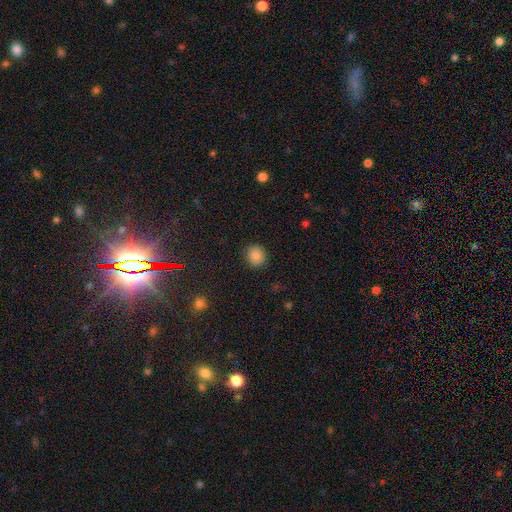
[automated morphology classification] The model was most divided on "how rounded": round: 84%, in between: 15%, cigar-shaped: 1%. More confident: merging — none (89%); smooth or featured — smooth (85%).